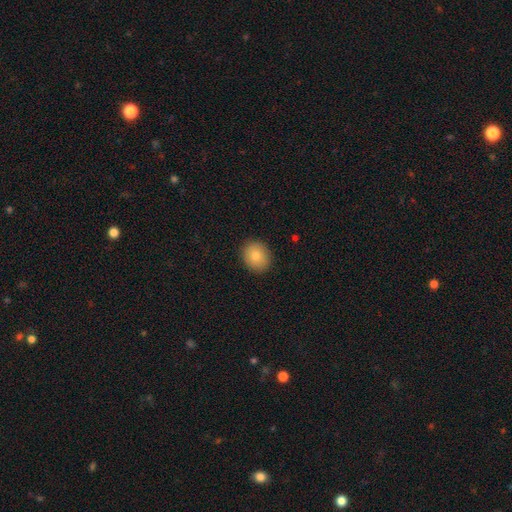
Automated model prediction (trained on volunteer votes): smooth_or_featured: smooth (p=0.82) [alt: featured or disk p=0.09]
how_rounded: round (p=0.65) [alt: in between p=0.34]
merging: none (p=0.90) [alt: minor disturbance p=0.07]